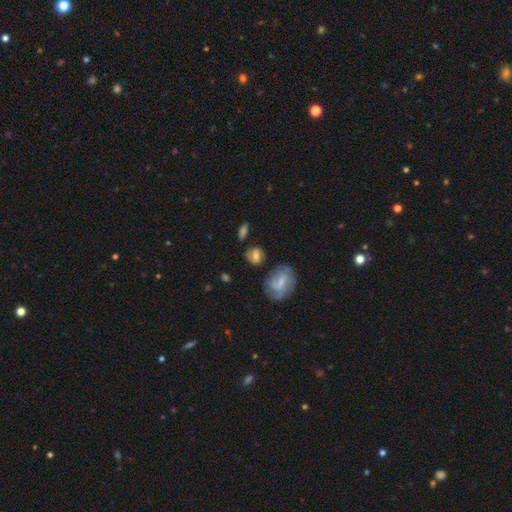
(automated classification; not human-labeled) Smooth or featured? smooth (56%)
How rounded? in between (58%)
Merging? none (66%)